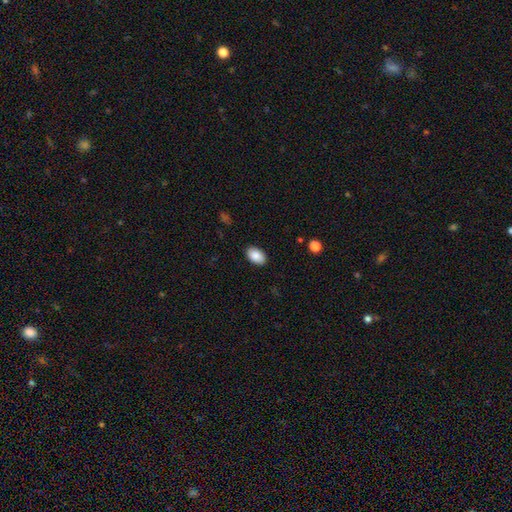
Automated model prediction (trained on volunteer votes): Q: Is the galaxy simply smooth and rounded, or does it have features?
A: smooth — 87%.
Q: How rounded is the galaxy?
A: in between — 92%.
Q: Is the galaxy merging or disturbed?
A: none — 88%.